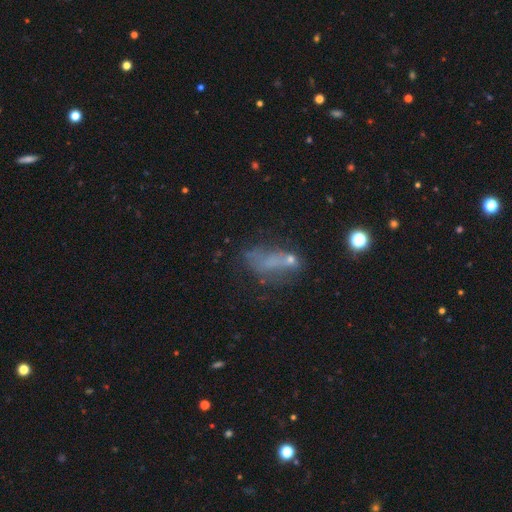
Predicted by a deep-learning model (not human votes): This appears to be a smooth galaxy with no disk features (37%). Merging: none (42%).